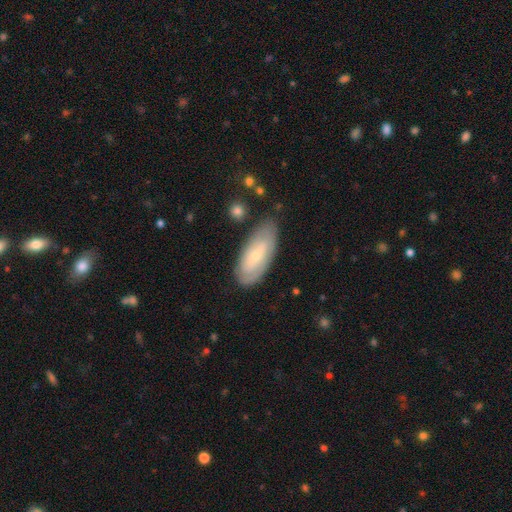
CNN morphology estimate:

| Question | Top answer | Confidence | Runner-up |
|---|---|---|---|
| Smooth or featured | featured or disk | 49% | smooth (44%) |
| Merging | none | 75% | minor disturbance (18%) |